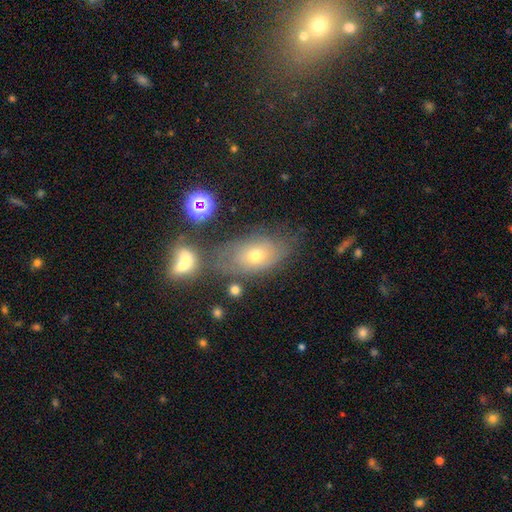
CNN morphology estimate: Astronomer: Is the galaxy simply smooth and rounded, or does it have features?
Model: smooth — 52% (runner-up: featured or disk, 33%).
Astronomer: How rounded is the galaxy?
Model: in between — 84%.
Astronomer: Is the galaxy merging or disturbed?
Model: none — 53%.